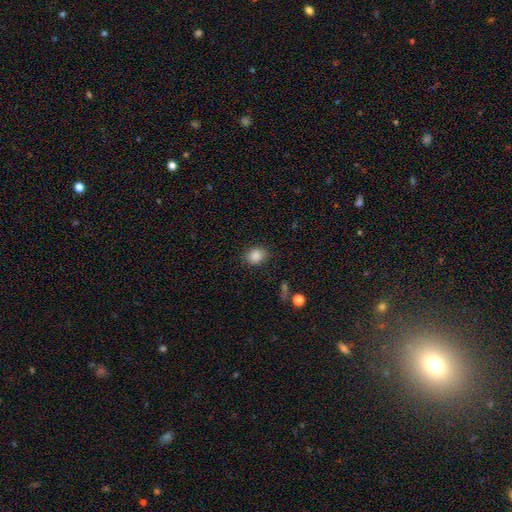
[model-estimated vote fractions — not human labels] Smooth or featured? smooth (86%)
How rounded? round (55%)
Merging? none (85%)